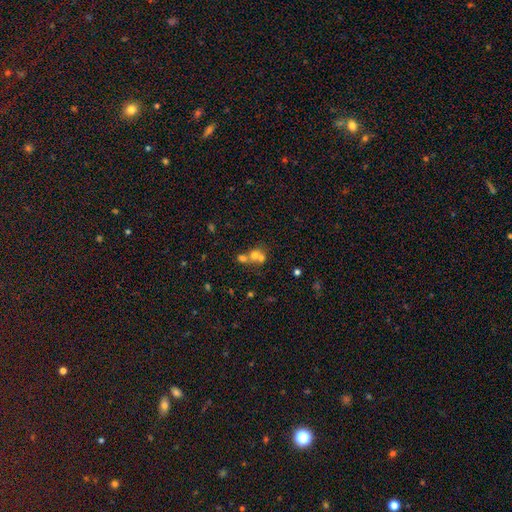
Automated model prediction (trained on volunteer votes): smooth-or-featured: smooth: 61% | featured or disk: 21% | star or artifact: 18%
  how-rounded: round: 76% | in between: 23% | cigar-shaped: 1%
  merging: merger: 63% | none: 28% | minor disturbance: 5% | major disturbance: 4%